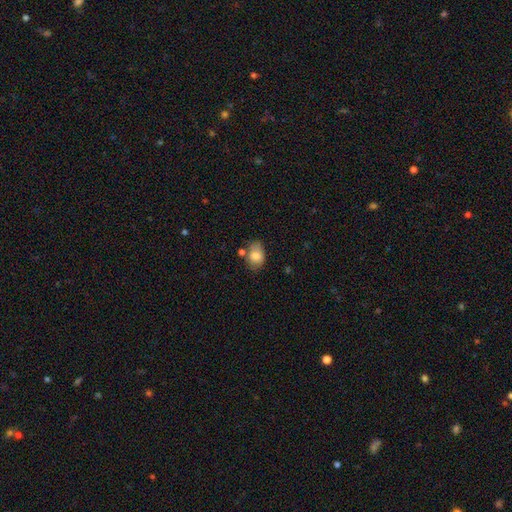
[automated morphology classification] Overall: smooth (81%). How rounded: in between (78%). Merging: none (56%; minor disturbance 25%).